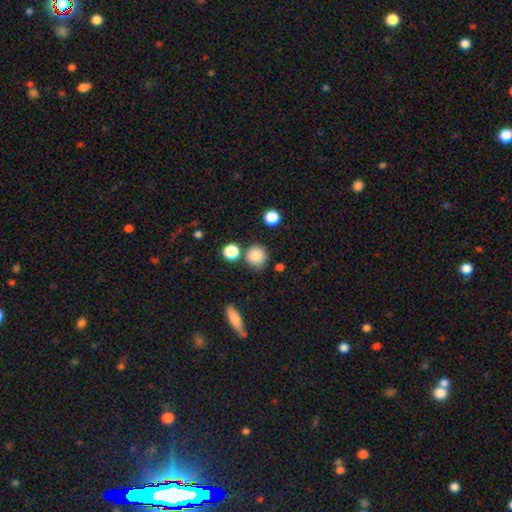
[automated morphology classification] This is clearly a smooth galaxy (85%). How rounded: clearly round (88%). Merging: likely none (75%).